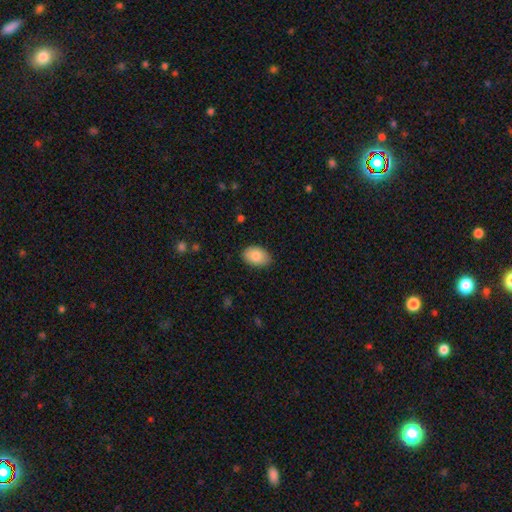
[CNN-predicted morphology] type=smooth (84%); roundness=in between (88%); merging=none (84%).